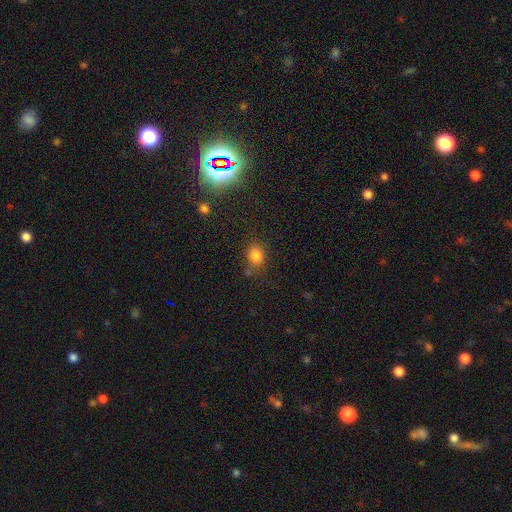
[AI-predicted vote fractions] Smooth or featured: smooth — 79% (star or artifact — 14%)
How rounded: round — 57% (in between — 42%)
Merging: none — 70% (minor disturbance — 16%)